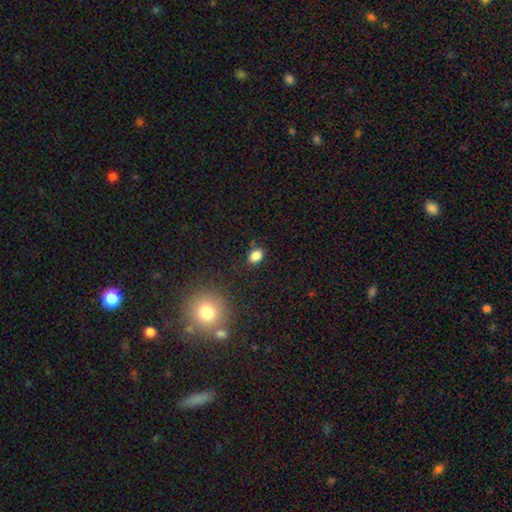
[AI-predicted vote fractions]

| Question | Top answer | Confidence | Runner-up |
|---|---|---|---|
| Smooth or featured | smooth | 85% | star or artifact (11%) |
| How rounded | in between | 76% | round (22%) |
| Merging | none | 77% | minor disturbance (16%) |